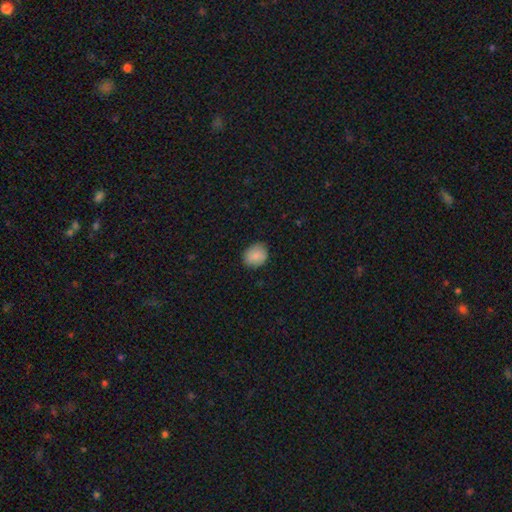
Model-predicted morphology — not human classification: Q: Smooth or featured?
A: smooth (86%); runner-up: star or artifact (7%)
Q: How rounded?
A: round (62%); runner-up: in between (38%)
Q: Merging?
A: none (84%); runner-up: minor disturbance (13%)